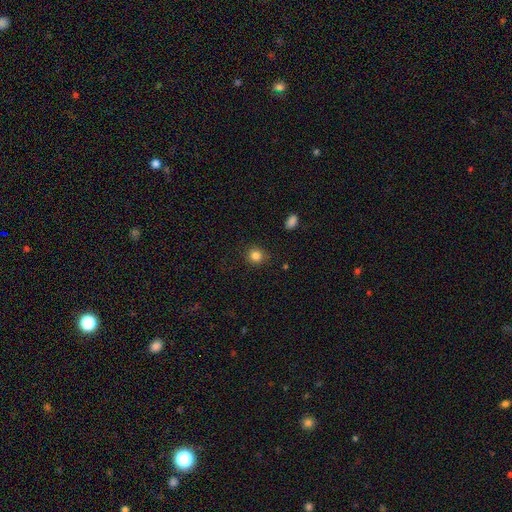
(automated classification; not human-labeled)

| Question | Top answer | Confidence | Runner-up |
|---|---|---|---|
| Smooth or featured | smooth | 84% | star or artifact (11%) |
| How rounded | round | 87% | in between (12%) |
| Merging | none | 89% | minor disturbance (8%) |